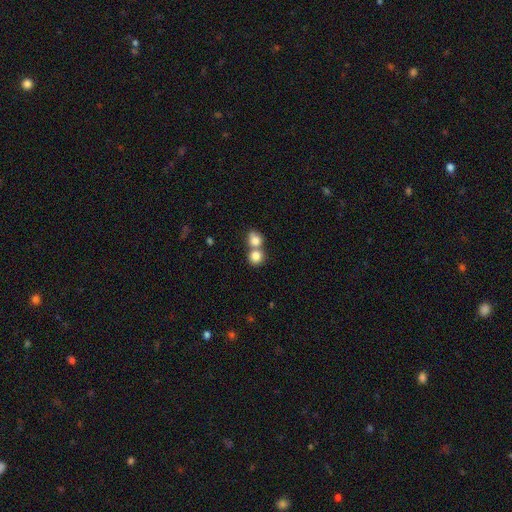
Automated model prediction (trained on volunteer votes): Q: Smooth or featured?
A: smooth (82%); runner-up: star or artifact (9%)
Q: How rounded?
A: round (82%); runner-up: in between (17%)
Q: Merging?
A: merger (55%); runner-up: none (37%)